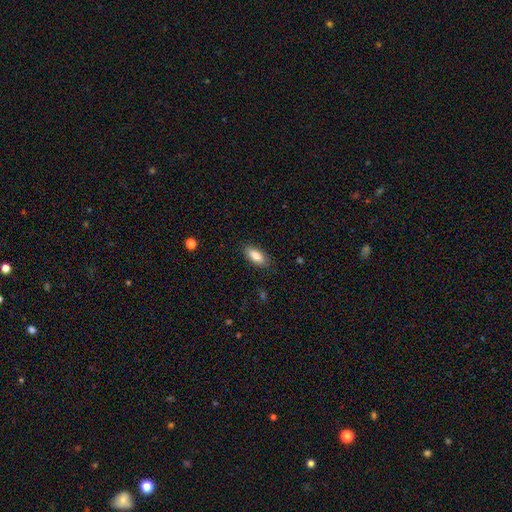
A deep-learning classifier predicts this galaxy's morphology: A smooth galaxy with no disk features (84%) that is in between round and cigar-shaped (81%).

Vote fractions:
- Smooth or featured? smooth: 84% / featured or disk: 9% / star or artifact: 7%
- How rounded? in between: 81% / cigar-shaped: 17% / round: 2%
- Merging? none: 86% / minor disturbance: 10% / major disturbance: 3% / merger: 1%